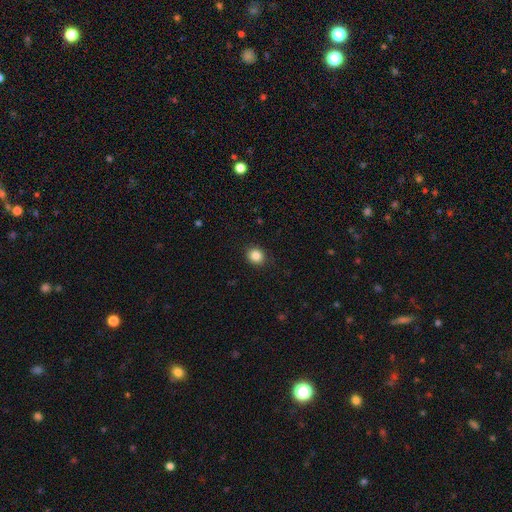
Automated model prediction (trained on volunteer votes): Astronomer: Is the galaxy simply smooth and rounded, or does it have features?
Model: smooth — 86%.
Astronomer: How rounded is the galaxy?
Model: round — 81%.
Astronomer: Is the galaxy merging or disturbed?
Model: none — 90%.